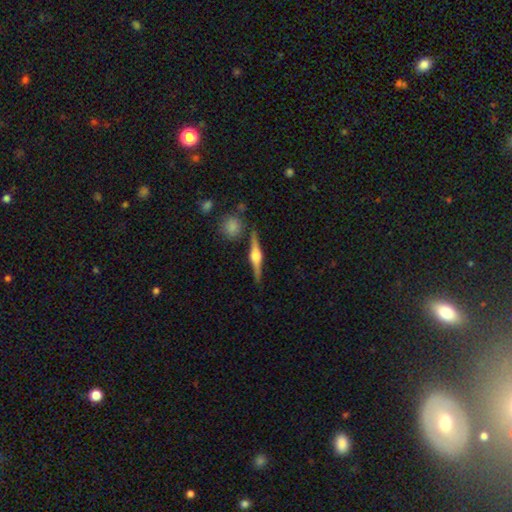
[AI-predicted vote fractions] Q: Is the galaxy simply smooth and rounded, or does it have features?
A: featured or disk — 83%.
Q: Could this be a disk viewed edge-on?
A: yes — 98%.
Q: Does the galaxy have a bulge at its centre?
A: rounded — 92%.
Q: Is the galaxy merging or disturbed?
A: none — 86%.